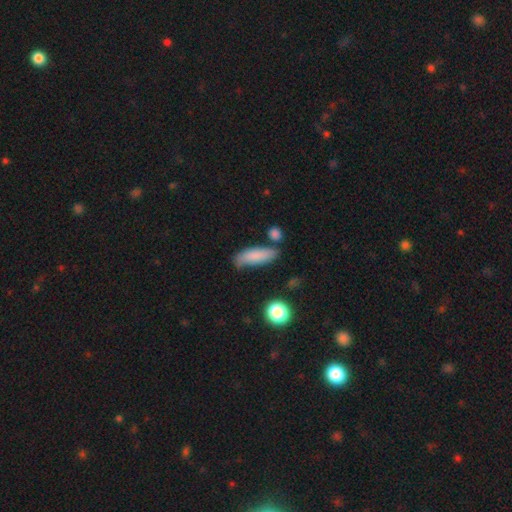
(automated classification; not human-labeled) smooth_or_featured: smooth (p=0.81) [alt: featured or disk p=0.12]
how_rounded: in between (p=0.54) [alt: cigar-shaped p=0.44]
merging: none (p=0.66) [alt: minor disturbance p=0.21]